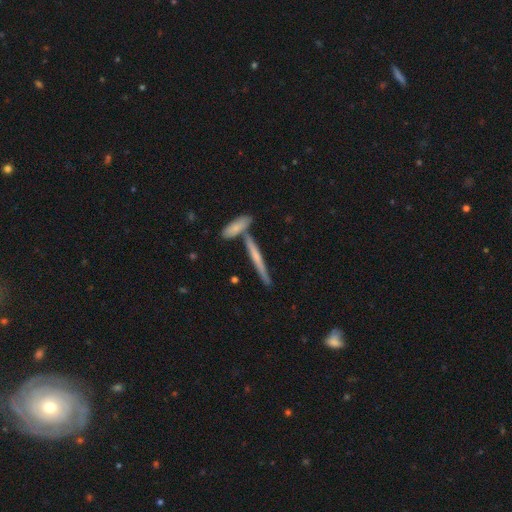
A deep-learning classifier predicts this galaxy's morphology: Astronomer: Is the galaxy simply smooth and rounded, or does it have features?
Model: featured or disk — 54% (runner-up: smooth, 39%).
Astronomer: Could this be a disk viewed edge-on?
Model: yes — 95%.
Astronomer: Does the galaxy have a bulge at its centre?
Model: none — 48% (runner-up: rounded, 43%).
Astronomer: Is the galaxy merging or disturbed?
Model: none — 73%.